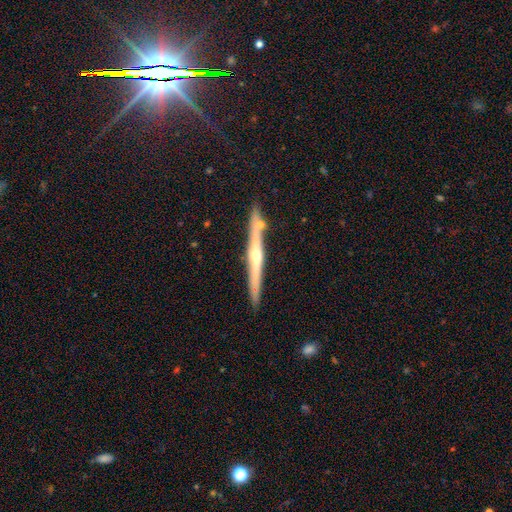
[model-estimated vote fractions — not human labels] A featured or disk galaxy (75%) viewed edge-on (98%) with a rounded central bulge (80%).

Vote fractions:
- Smooth or featured? featured or disk: 75% / smooth: 19% / star or artifact: 6%
- Edge-on disk? yes: 98% / no: 2%
- Edge-on bulge? rounded: 80% / none: 15% / boxy: 5%
- Merging? none: 85% / minor disturbance: 9% / merger: 4% / major disturbance: 2%